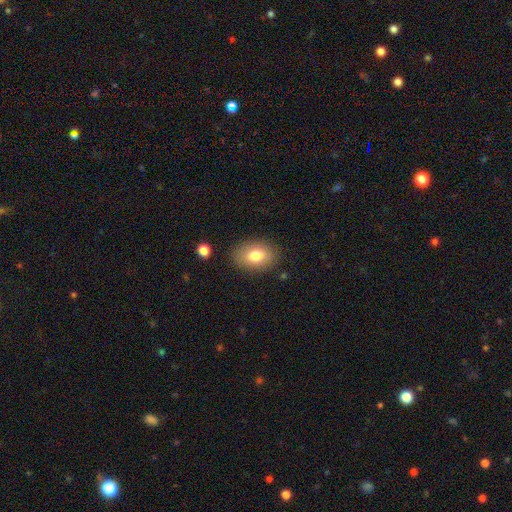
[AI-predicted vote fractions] Smooth or featured?
  - smooth: 80% *
  - featured or disk: 12%
  - star or artifact: 8%
How rounded?
  - in between: 80% *
  - round: 19%
  - cigar-shaped: 1%
Merging?
  - none: 84% *
  - minor disturbance: 11%
  - major disturbance: 3%
  - merger: 2%